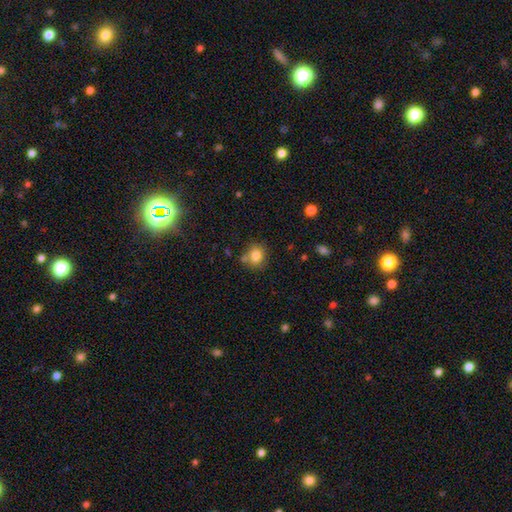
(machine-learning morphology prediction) Smooth or featured?
  - smooth: 82% *
  - star or artifact: 11%
  - featured or disk: 7%
How rounded?
  - round: 73% *
  - in between: 26%
  - cigar-shaped: 1%
Merging?
  - none: 69% *
  - minor disturbance: 14%
  - merger: 12%
  - major disturbance: 4%